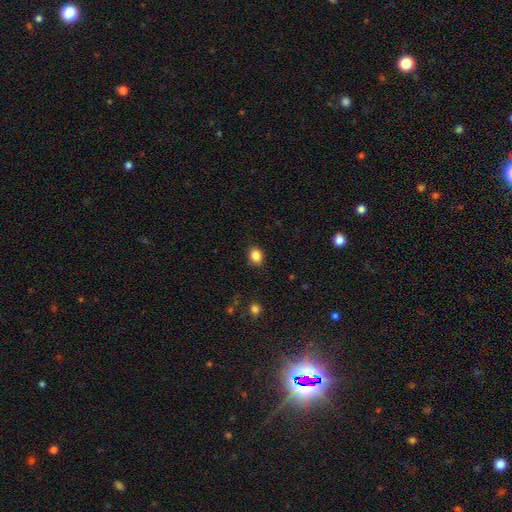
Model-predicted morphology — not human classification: type=smooth (86%); roundness=in between (51%); merging=none (87%).